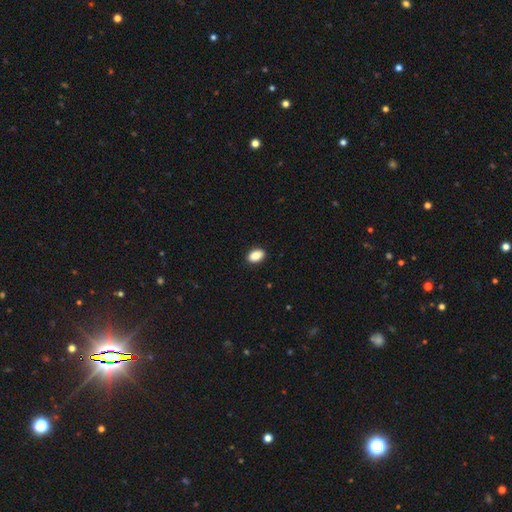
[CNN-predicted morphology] The model was most divided on "smooth or featured": smooth: 89%, star or artifact: 7%, featured or disk: 4%. More confident: how rounded — in between (90%); merging — none (90%).